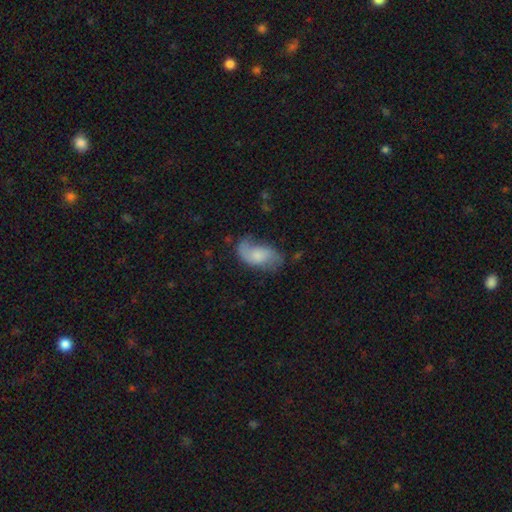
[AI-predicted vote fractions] A featured or disk galaxy (55%) with no bar (65%), spiral arms (88%) and a small central bulge (33%). Merging: none (55%).